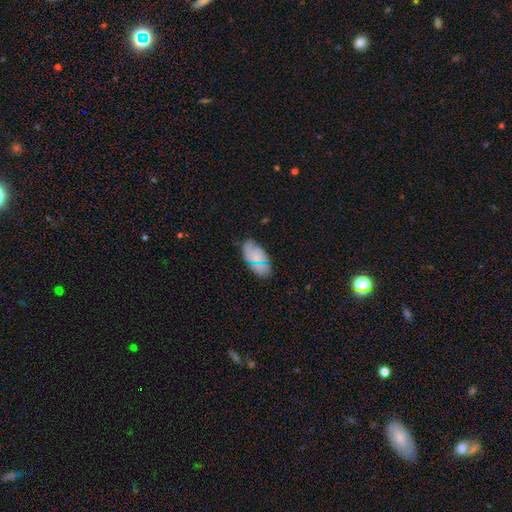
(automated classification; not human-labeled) Smooth or featured?
  - smooth: 54% *
  - featured or disk: 30%
  - star or artifact: 15%
How rounded?
  - in between: 92% *
  - round: 4%
  - cigar-shaped: 3%
Merging?
  - none: 66% *
  - minor disturbance: 23%
  - major disturbance: 7%
  - merger: 4%